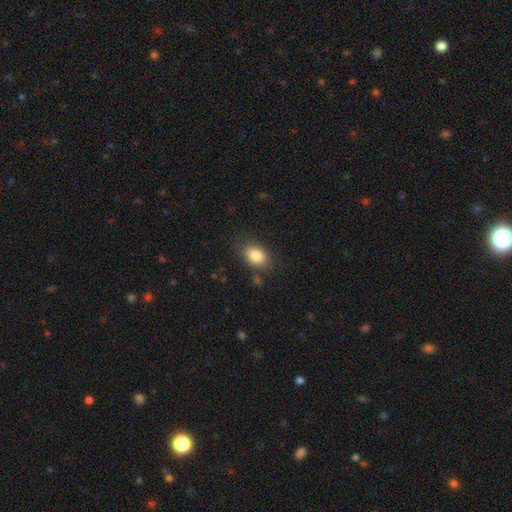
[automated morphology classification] Smooth or featured? smooth (84%)
How rounded? in between (82%)
Merging? none (78%)